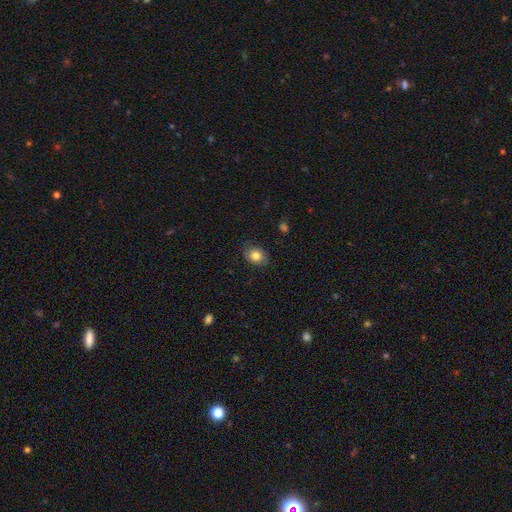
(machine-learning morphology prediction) Smooth or featured?
  - smooth: 80% *
  - featured or disk: 10%
  - star or artifact: 9%
How rounded?
  - in between: 54% *
  - round: 45%
  - cigar-shaped: 1%
Merging?
  - none: 81% *
  - minor disturbance: 15%
  - major disturbance: 3%
  - merger: 1%